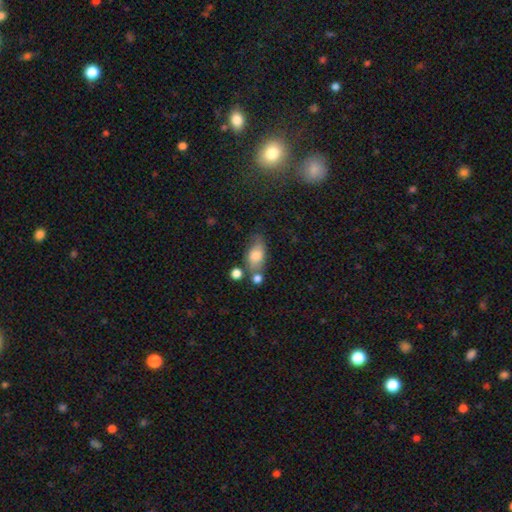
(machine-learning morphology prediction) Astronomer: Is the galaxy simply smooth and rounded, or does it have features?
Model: smooth — 73%.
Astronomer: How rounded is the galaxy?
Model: in between — 86%.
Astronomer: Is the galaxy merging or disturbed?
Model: none — 56%.